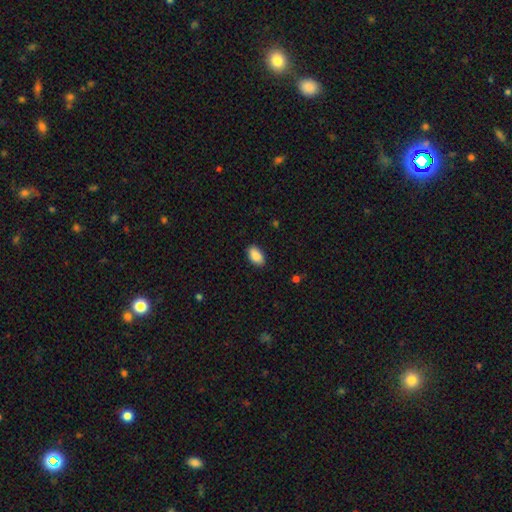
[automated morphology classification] smooth 89%, star or artifact 7%, featured or disk 4%. Down the decision tree: how rounded — in between (94%); merging — none (88%).